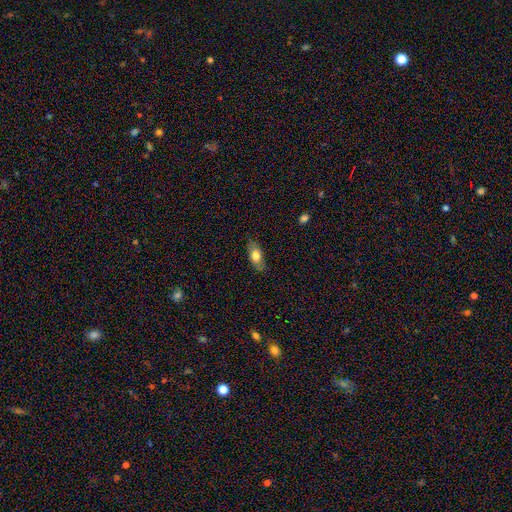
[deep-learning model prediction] Smooth or featured?
  - smooth: 69% *
  - featured or disk: 24%
  - star or artifact: 7%
How rounded?
  - in between: 82% *
  - cigar-shaped: 12%
  - round: 5%
Merging?
  - none: 79% *
  - minor disturbance: 16%
  - major disturbance: 3%
  - merger: 1%